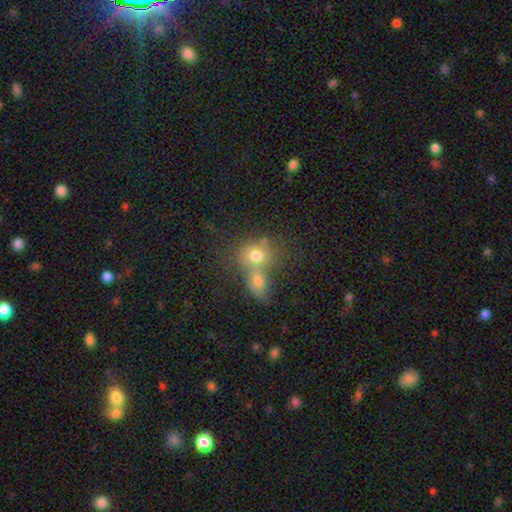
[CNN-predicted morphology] Smooth or featured? smooth (72%)
How rounded? round (64%)
Merging? merger (62%)